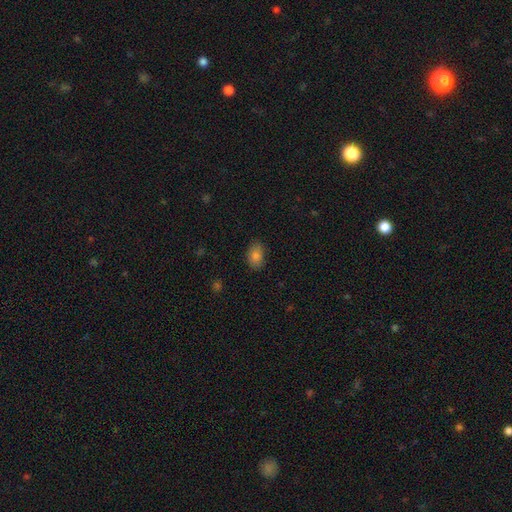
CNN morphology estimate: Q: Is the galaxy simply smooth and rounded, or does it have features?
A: smooth — 83%.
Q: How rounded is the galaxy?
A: in between — 84%.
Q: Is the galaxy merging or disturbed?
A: none — 84%.